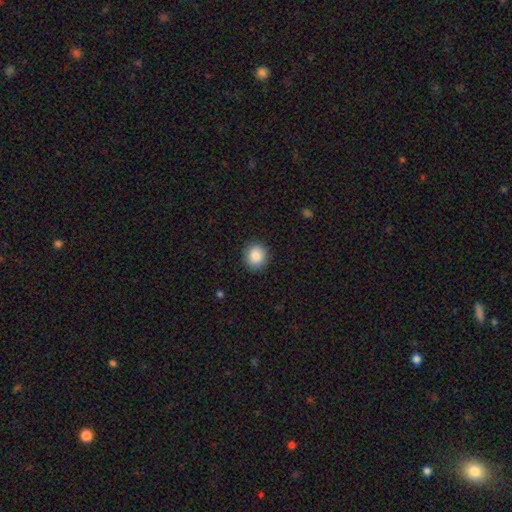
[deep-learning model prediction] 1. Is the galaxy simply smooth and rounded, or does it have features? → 87% smooth, 8% star or artifact, 4% featured or disk.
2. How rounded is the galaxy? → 82% round, 17% in between, 1% cigar-shaped.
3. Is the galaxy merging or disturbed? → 88% none, 9% minor disturbance, 2% major disturbance, 1% merger.